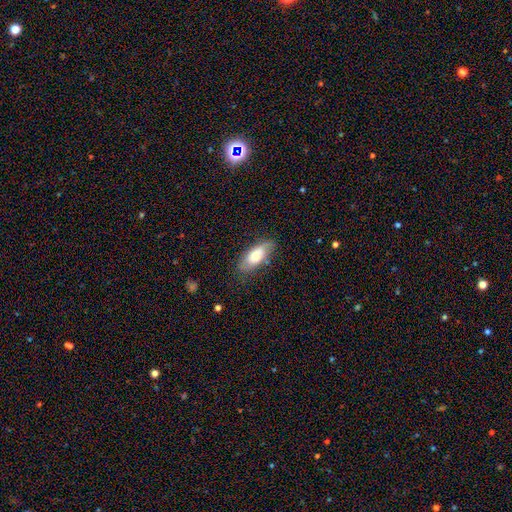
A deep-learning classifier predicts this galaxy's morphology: This appears to be a smooth galaxy with no disk features (70%) that is in between round and cigar-shaped (81%). Merging: none (74%).